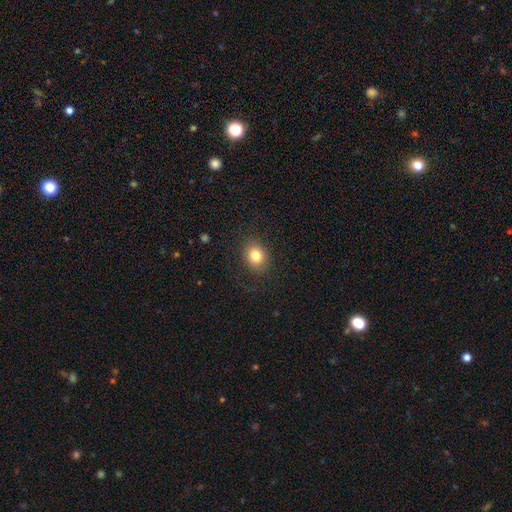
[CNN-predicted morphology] The model was most divided on "how rounded": round: 62%, in between: 37%, cigar-shaped: 1%. More confident: merging — none (85%); smooth or featured — smooth (81%).